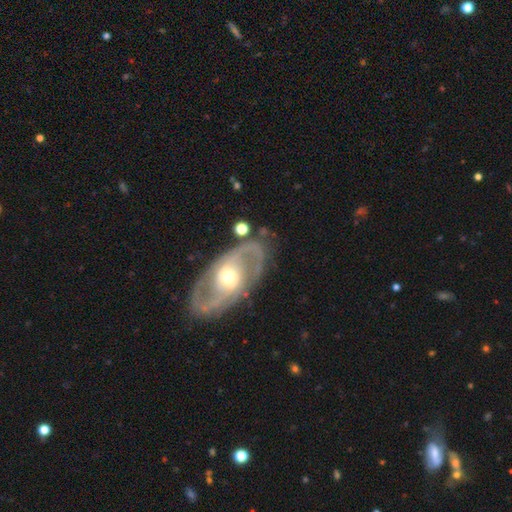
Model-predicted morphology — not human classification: This appears to be a featured or disk galaxy (86%) with no bar (56%), 2 (89%) medium (51%) spiral arms (89%) and a moderate central bulge (60%). Merging: none (82%).